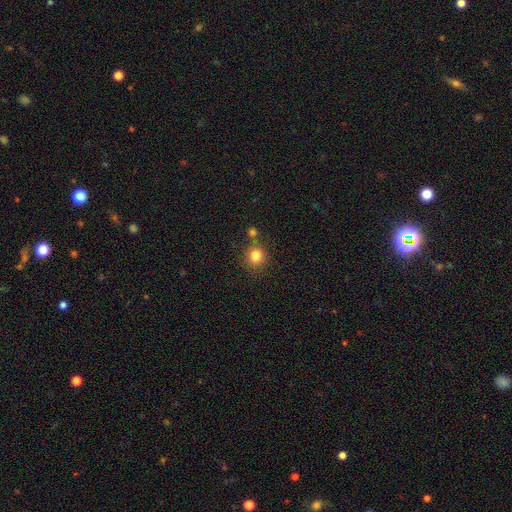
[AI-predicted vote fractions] Smooth or featured: smooth — 83% (star or artifact — 12%)
How rounded: round — 86% (in between — 13%)
Merging: none — 72% (merger — 13%)